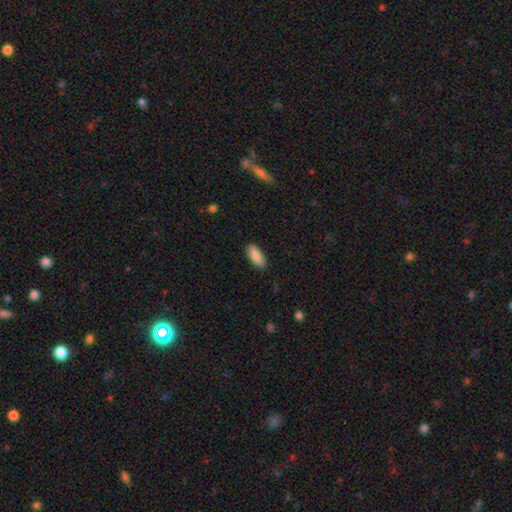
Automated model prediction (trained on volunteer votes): smooth-or-featured: smooth: 86% | featured or disk: 8% | star or artifact: 6%
  how-rounded: in between: 78% | cigar-shaped: 20% | round: 2%
  merging: none: 87% | minor disturbance: 10% | major disturbance: 2% | merger: 1%